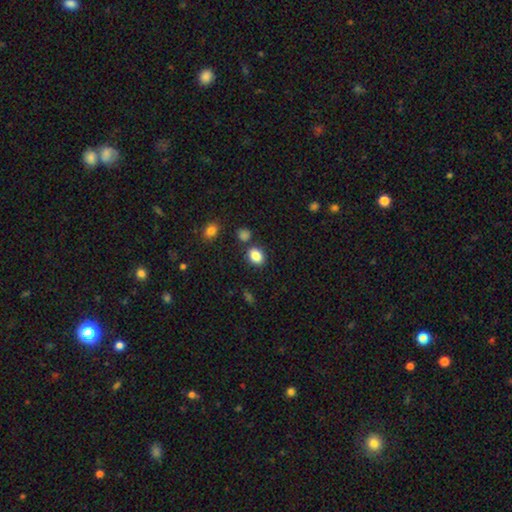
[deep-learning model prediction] smooth 85%, star or artifact 9%, featured or disk 5%. Down the decision tree: how rounded — in between (61%); merging — none (79%).